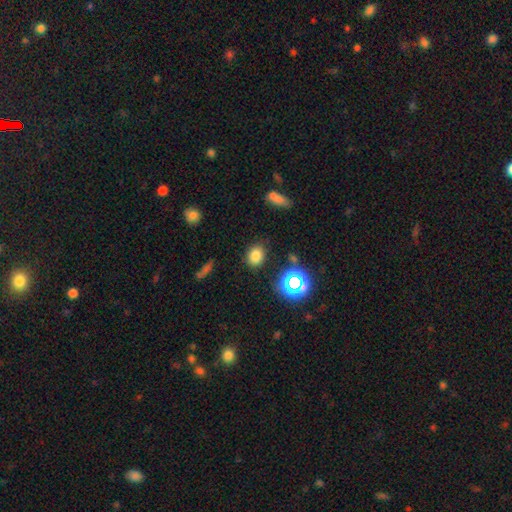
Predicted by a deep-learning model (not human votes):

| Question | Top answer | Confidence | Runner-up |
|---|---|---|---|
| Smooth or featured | smooth | 77% | star or artifact (16%) |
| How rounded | round | 50% | in between (48%) |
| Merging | none | 84% | minor disturbance (10%) |